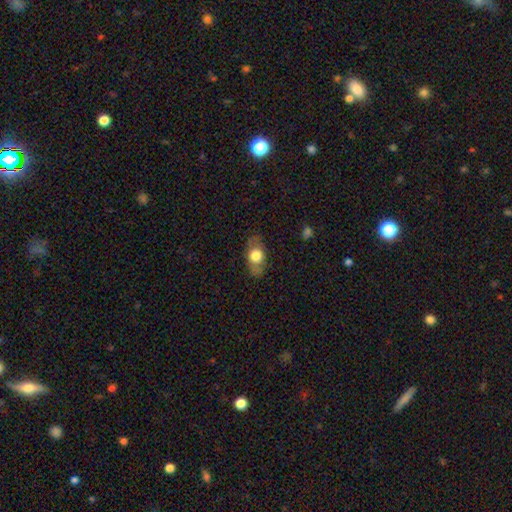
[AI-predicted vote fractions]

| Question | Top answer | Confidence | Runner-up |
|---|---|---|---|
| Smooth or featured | smooth | 64% | featured or disk (29%) |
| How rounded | in between | 79% | round (16%) |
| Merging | none | 79% | minor disturbance (15%) |